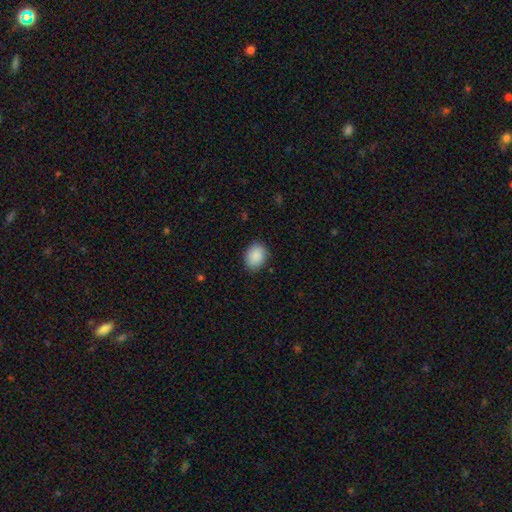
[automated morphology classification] A smooth galaxy with no disk features (89%) that is in between round and cigar-shaped (65%).

Vote fractions:
- Smooth or featured? smooth: 89% / star or artifact: 7% / featured or disk: 4%
- How rounded? in between: 65% / round: 34% / cigar-shaped: 1%
- Merging? none: 86% / minor disturbance: 11% / major disturbance: 2% / merger: 1%